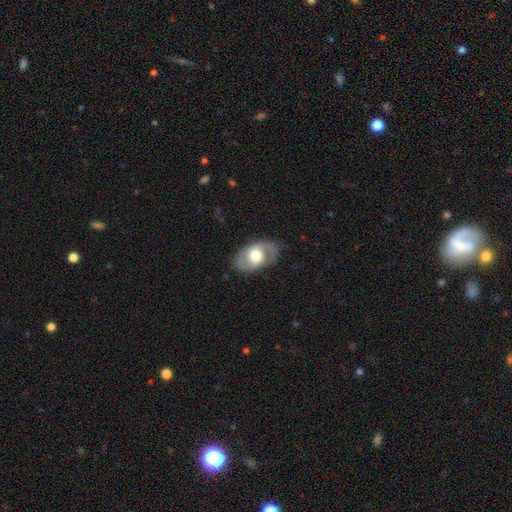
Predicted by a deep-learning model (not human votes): Q: Smooth or featured?
A: featured or disk (66%); runner-up: smooth (29%)
Q: Edge-on disk?
A: no (93%); runner-up: yes (7%)
Q: Bar?
A: no (67%); runner-up: weak (25%)
Q: Spiral arms?
A: yes (58%); runner-up: no (42%)
Q: Bulge size?
A: moderate (50%); runner-up: large (41%)
Q: Merging?
A: none (81%); runner-up: minor disturbance (13%)